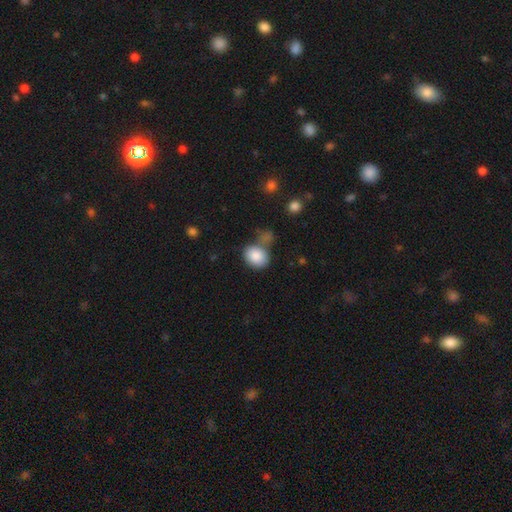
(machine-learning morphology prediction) Overall: smooth (86%). How rounded: in between (53%; round 46%). Merging: none (55%; merger 22%).